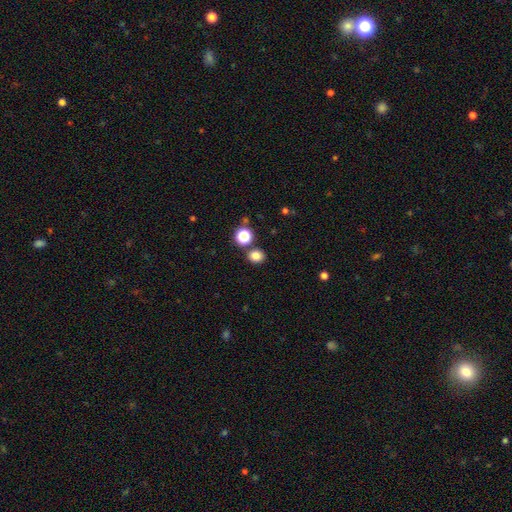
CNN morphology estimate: A smooth galaxy with no disk features (80%) that is round (72%).

Vote fractions:
- Smooth or featured? smooth: 80% / star or artifact: 15% / featured or disk: 5%
- How rounded? round: 72% / in between: 27% / cigar-shaped: 1%
- Merging? none: 80% / merger: 9% / minor disturbance: 8% / major disturbance: 3%